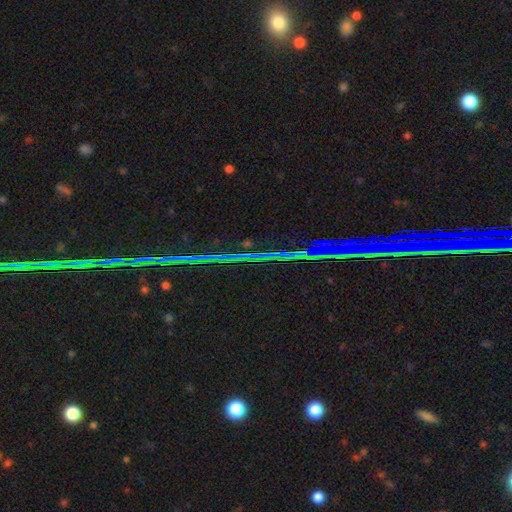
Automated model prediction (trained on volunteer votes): This appears to be a star or artifact, not a galaxy (85%).